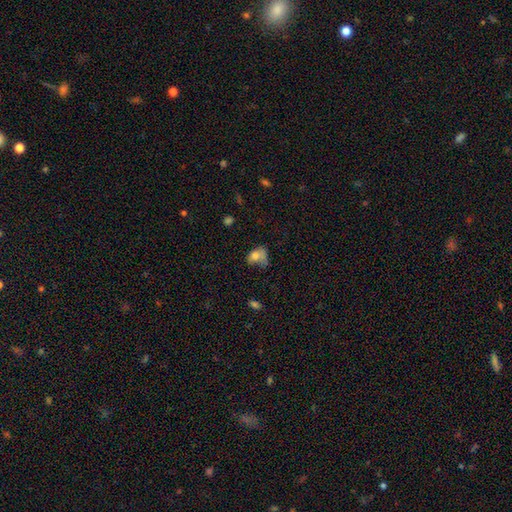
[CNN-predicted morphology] This is likely a smooth galaxy (71%). How rounded: likely in between (71%). Merging: marginally major disturbance (32%).